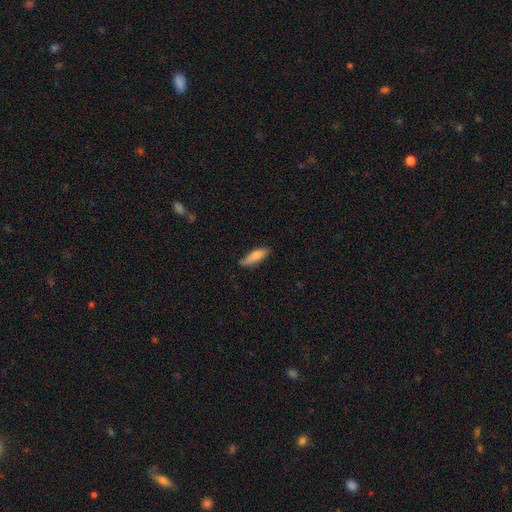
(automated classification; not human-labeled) A smooth galaxy with no disk features (78%) that is cigar-shaped (51%). Merging: none (76%).